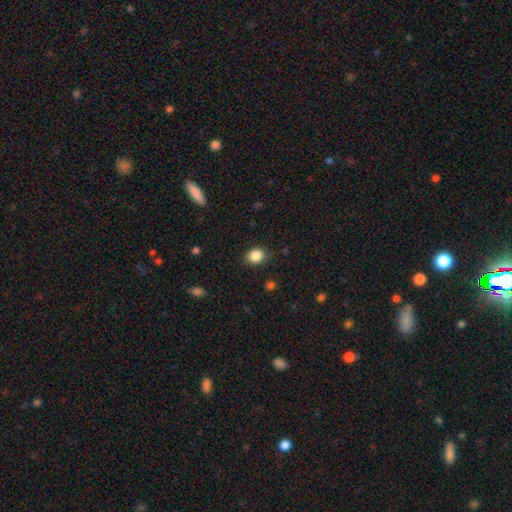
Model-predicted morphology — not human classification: A smooth galaxy with no disk features (87%) that is round (61%). Merging: none (86%).